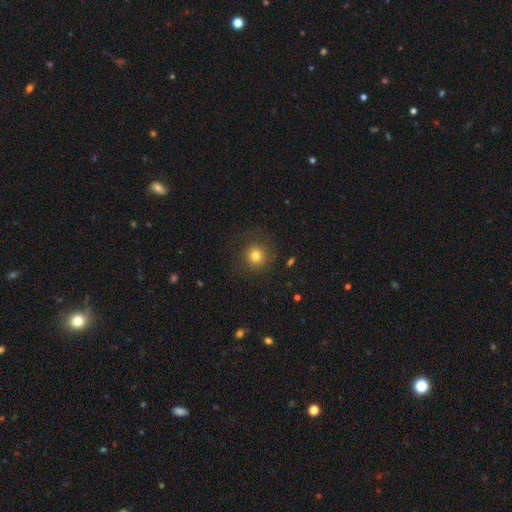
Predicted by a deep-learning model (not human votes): Smooth or featured? Predicted: smooth (p=0.78). How rounded? Predicted: round (p=0.91). Merging? Predicted: none (p=0.84).